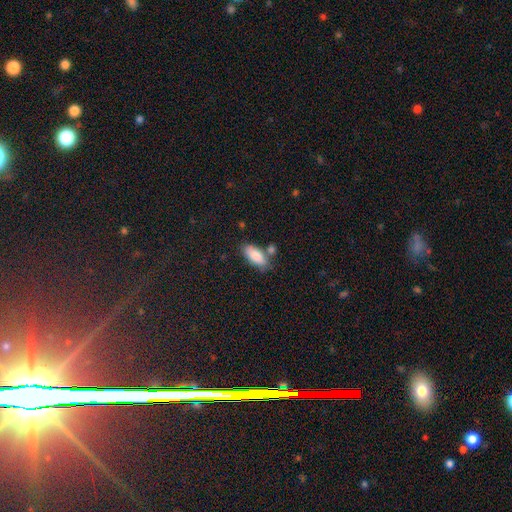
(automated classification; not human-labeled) Smooth or featured?
  - smooth: 85% *
  - featured or disk: 9%
  - star or artifact: 7%
How rounded?
  - in between: 84% *
  - cigar-shaped: 14%
  - round: 2%
Merging?
  - none: 66% *
  - minor disturbance: 16%
  - merger: 14%
  - major disturbance: 4%